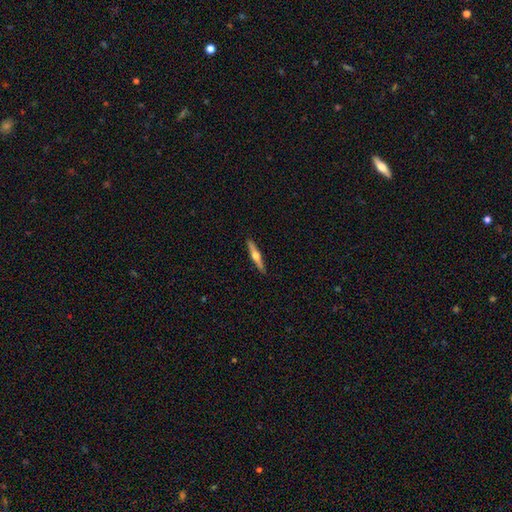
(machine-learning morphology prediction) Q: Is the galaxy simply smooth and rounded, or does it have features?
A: featured or disk — 64%.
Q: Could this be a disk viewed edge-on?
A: yes — 97%.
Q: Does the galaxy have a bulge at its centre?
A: rounded — 94%.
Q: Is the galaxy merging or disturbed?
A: none — 91%.